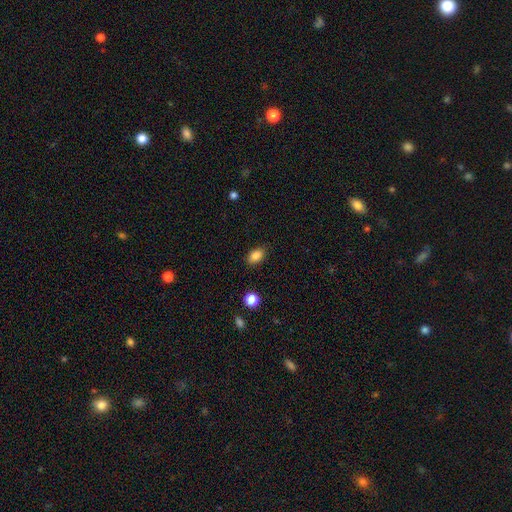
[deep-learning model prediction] Morphology: type=smooth (86%); roundness=in between (85%); merging=none (87%).